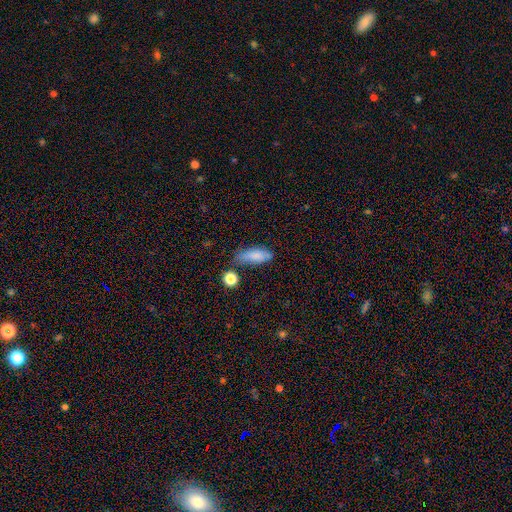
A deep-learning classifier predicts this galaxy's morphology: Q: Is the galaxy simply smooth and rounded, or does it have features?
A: smooth — 81%.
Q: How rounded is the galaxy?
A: in between — 72%.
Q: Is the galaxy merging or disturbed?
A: none — 54%.